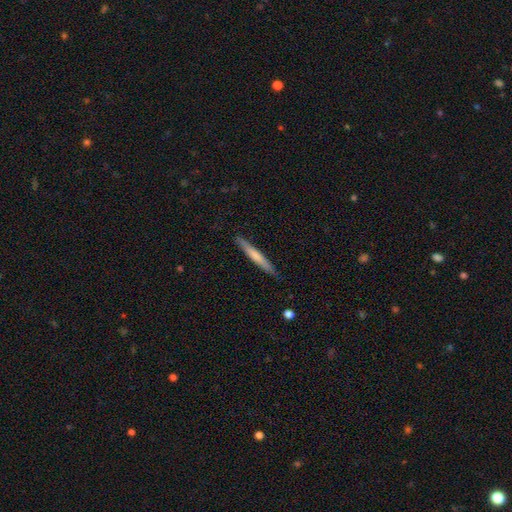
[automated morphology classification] This is likely a smooth galaxy (62%). How rounded: clearly cigar-shaped (96%). Merging: clearly none (89%).